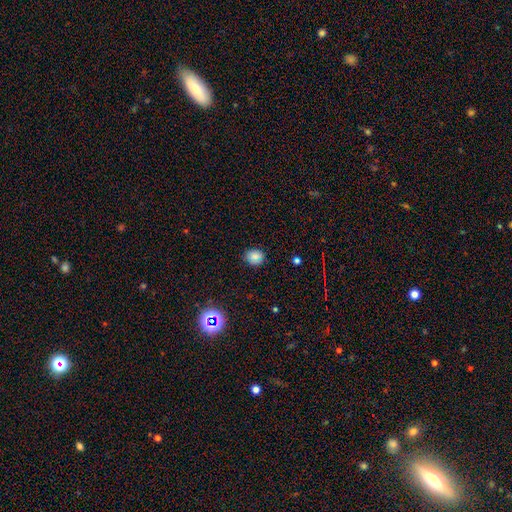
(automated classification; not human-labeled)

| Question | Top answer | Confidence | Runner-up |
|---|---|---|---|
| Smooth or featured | smooth | 75% | star or artifact (16%) |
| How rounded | round | 61% | in between (38%) |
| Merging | none | 82% | minor disturbance (14%) |